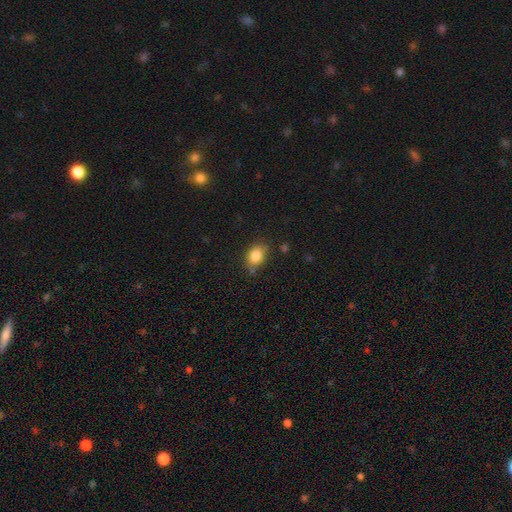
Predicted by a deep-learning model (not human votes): smooth-or-featured: smooth: 85% | star or artifact: 9% | featured or disk: 6%
  how-rounded: in between: 66% | round: 33% | cigar-shaped: 1%
  merging: none: 70% | minor disturbance: 22% | major disturbance: 5% | merger: 4%